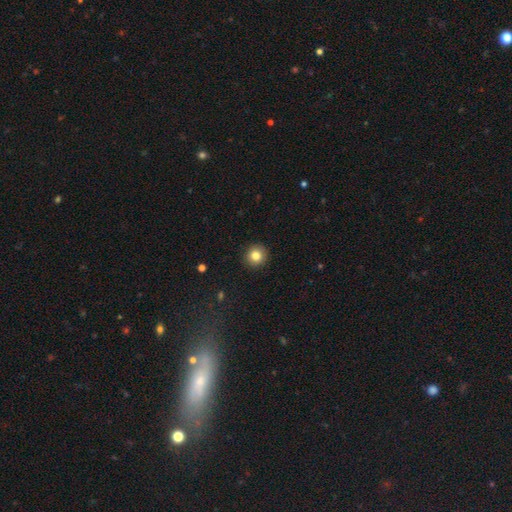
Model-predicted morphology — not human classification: This is clearly a smooth galaxy (83%). How rounded: clearly round (93%). Merging: clearly none (92%).